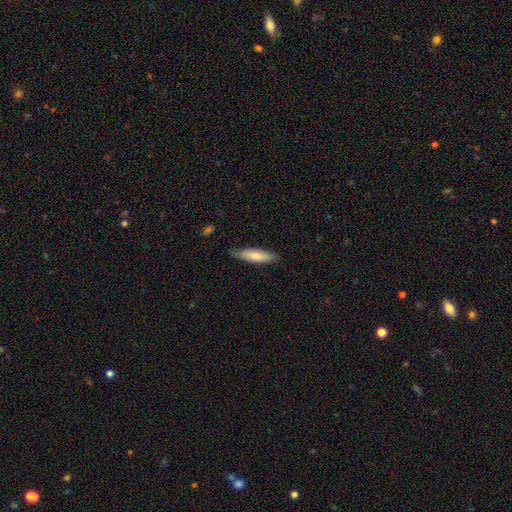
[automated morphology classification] smooth_or_featured: smooth (p=0.77) [alt: featured or disk p=0.18]
how_rounded: cigar-shaped (p=0.67) [alt: in between p=0.32]
merging: none (p=0.77) [alt: minor disturbance p=0.19]